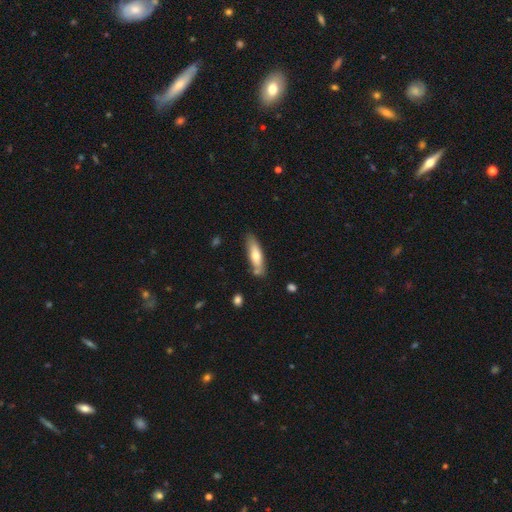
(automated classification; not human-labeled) Overall: smooth (65%; featured or disk 29%). How rounded: cigar-shaped (64%; in between 35%). Merging: none (72%).